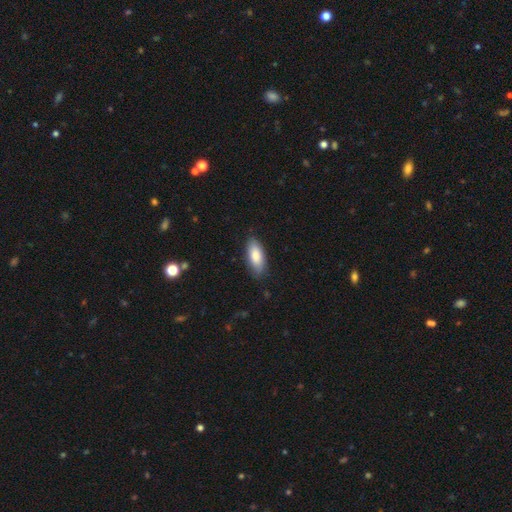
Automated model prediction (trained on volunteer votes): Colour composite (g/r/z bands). It shows a smooth galaxy with no disk features (84%) that is in between round and cigar-shaped (85%). Merging: none (83%).